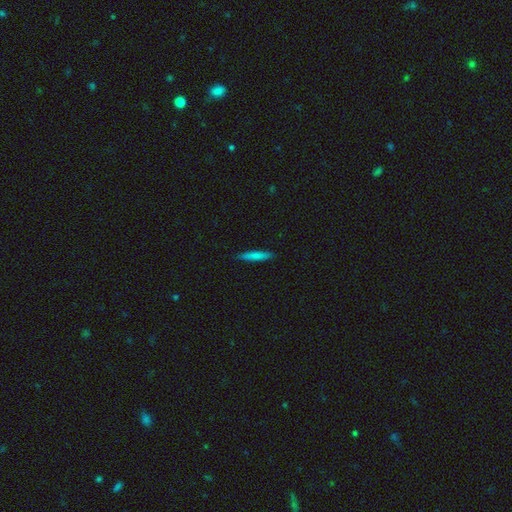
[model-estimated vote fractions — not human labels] Overall: smooth (76%). How rounded: cigar-shaped (92%). Merging: none (89%).